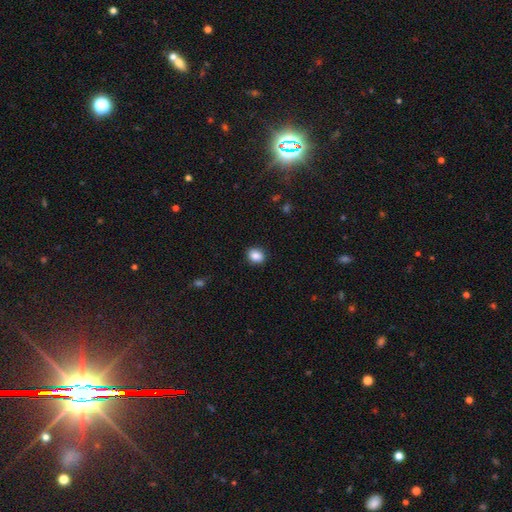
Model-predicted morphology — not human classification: Smooth or featured? smooth (87%)
How rounded? round (51%)
Merging? none (89%)